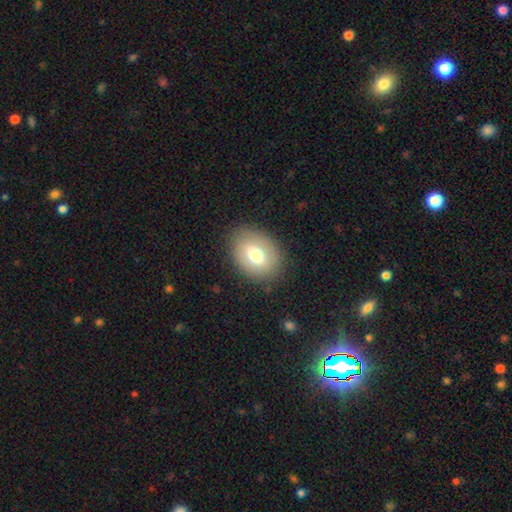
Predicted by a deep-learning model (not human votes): smooth 71%, featured or disk 21%, star or artifact 9%. Down the decision tree: how rounded — in between (69%); merging — none (85%).